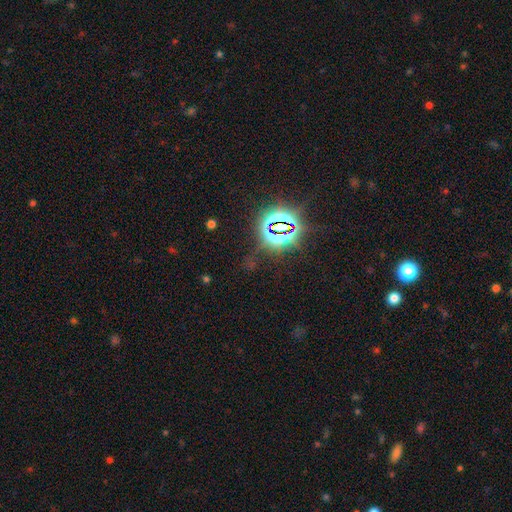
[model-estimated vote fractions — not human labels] Overall: star or artifact (81%).